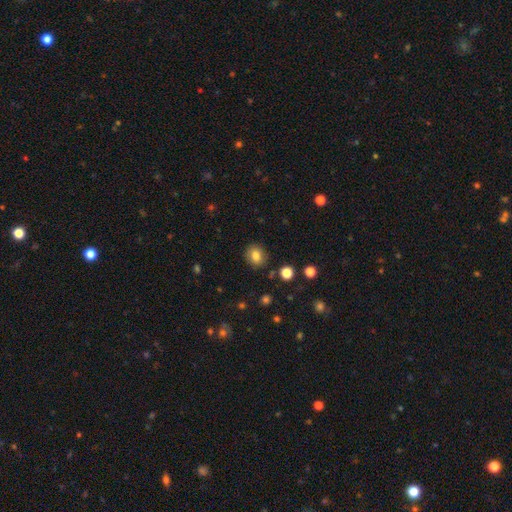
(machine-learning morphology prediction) Overall: smooth (82%). How rounded: round (68%; in between 31%). Merging: none (88%).